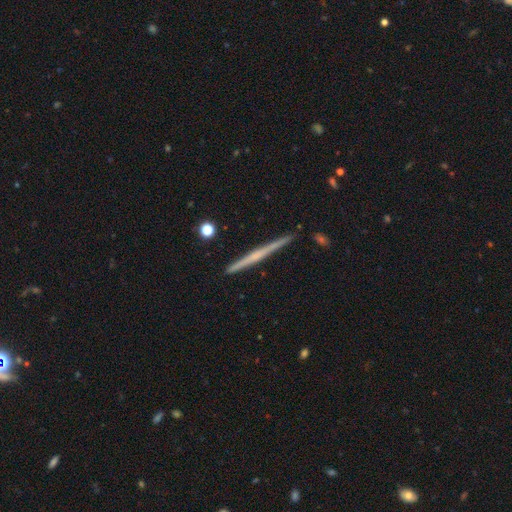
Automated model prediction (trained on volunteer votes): The model was most divided on "smooth or featured": featured or disk: 65%, smooth: 29%, star or artifact: 6%. More confident: edge-on disk — yes (98%); merging — none (91%); edge-on bulge — none (71%).